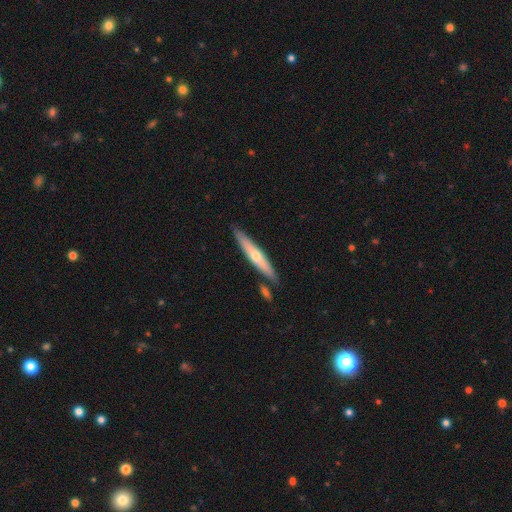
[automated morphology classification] This is possibly a featured or disk galaxy (51%). It is clearly viewed edge-on (90%). Merging: clearly none (83%).